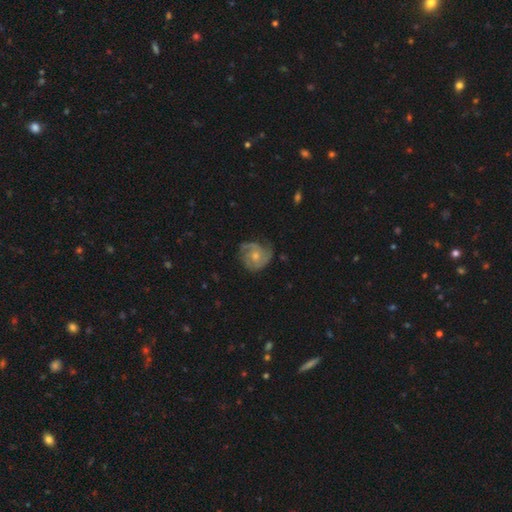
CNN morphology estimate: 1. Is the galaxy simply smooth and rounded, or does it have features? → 72% featured or disk, 21% smooth, 6% star or artifact.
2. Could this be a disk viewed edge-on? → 98% no, 2% yes.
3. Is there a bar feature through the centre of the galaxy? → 76% no, 21% weak, 3% strong.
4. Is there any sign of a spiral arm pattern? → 91% yes, 9% no.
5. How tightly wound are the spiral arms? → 48% tight, 39% medium, 13% loose.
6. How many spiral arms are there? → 34% 3, 31% 2, 21% can't tell, 6% 1, 5% 4, 4% more than 4.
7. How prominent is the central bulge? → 54% moderate, 40% small, 3% none, 3% large, 1% dominant.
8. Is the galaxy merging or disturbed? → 62% none, 25% minor disturbance, 11% major disturbance, 2% merger.